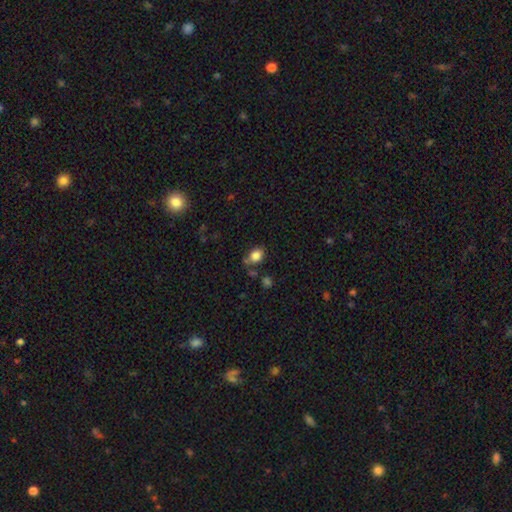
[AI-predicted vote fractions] Morphology: type=smooth (84%); roundness=in between (62%); merging=none (67%).